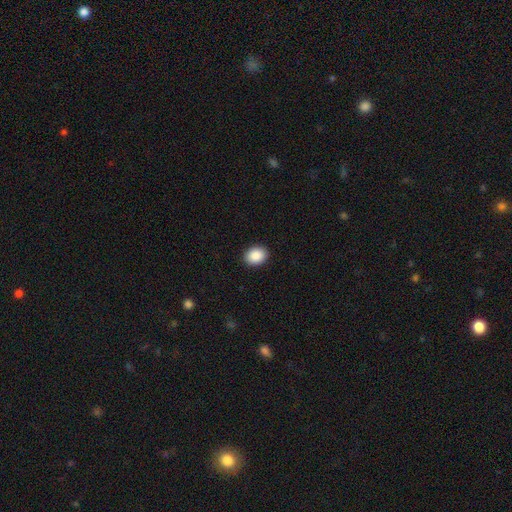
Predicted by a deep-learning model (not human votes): This appears to be a smooth galaxy with no disk features (90%) that is in between round and cigar-shaped (59%). Merging: none (91%).